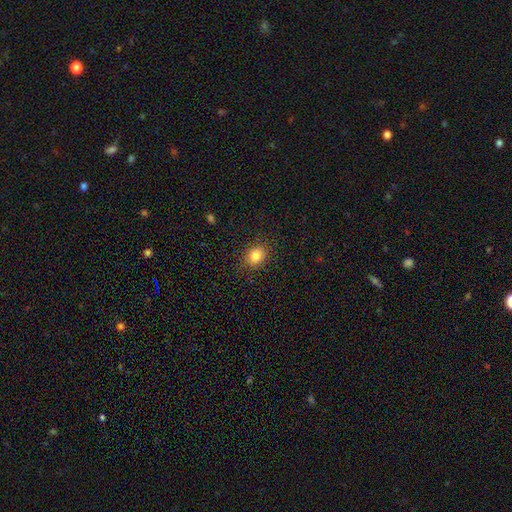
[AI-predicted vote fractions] smooth 83%, star or artifact 11%, featured or disk 6%. Down the decision tree: how rounded — round (61%); merging — none (88%).